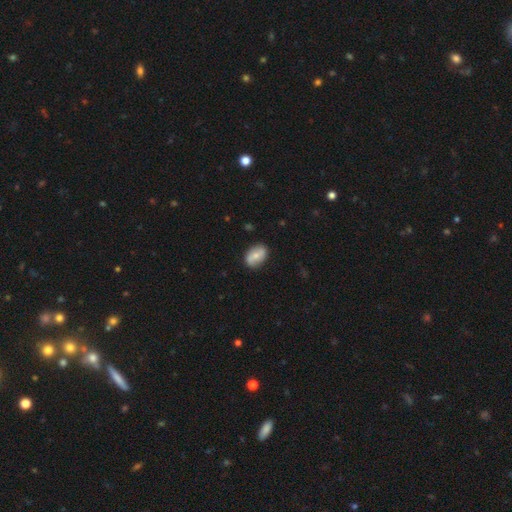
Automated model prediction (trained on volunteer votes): smooth 52%, featured or disk 41%, star or artifact 7%. Down the decision tree: how rounded — in between (83%); merging — none (80%).